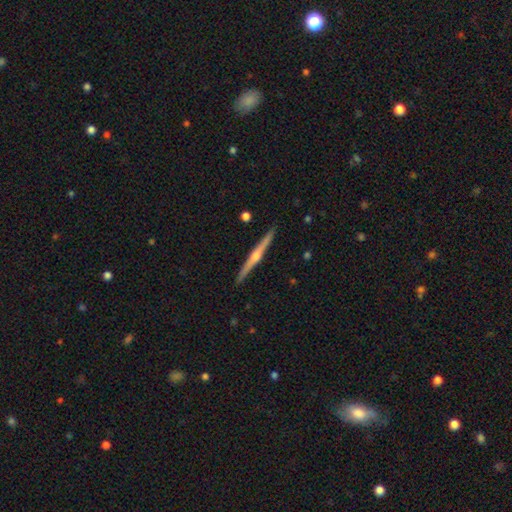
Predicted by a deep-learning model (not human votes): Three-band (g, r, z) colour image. It shows a featured or disk galaxy (81%) viewed edge-on (99%) with a rounded central bulge (90%). Merging: none (92%).